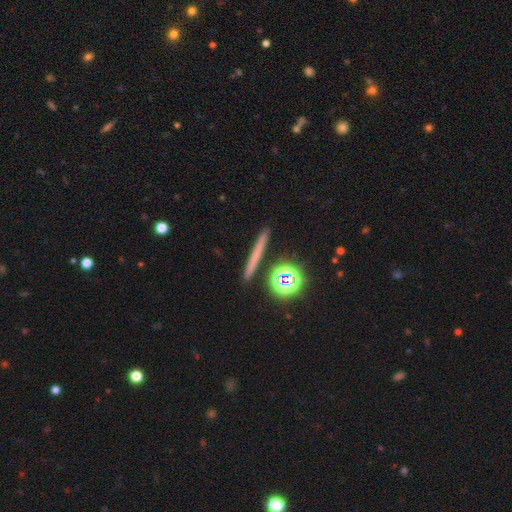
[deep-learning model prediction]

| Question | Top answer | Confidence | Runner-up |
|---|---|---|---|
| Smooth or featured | smooth | 52% | featured or disk (29%) |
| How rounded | cigar-shaped | 81% | round (14%) |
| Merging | none | 89% | minor disturbance (6%) |